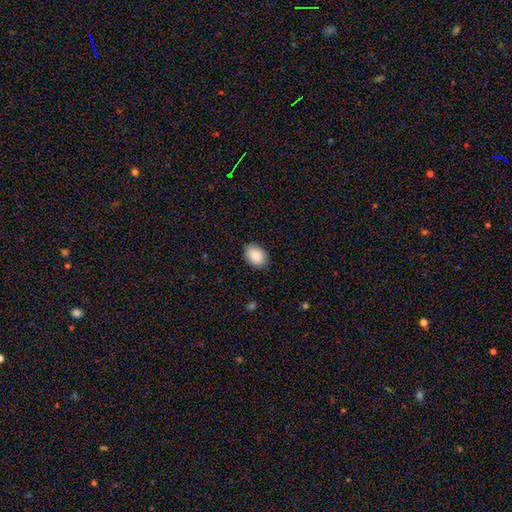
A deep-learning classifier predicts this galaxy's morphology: This appears to be a smooth galaxy with no disk features (88%) that is in between round and cigar-shaped (84%). Merging: none (86%).